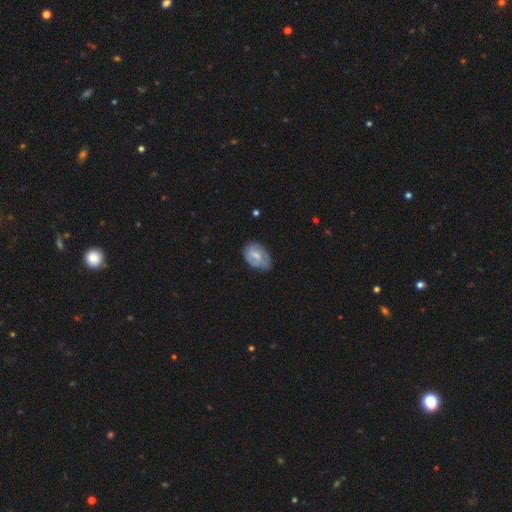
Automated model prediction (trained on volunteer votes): smooth_or_featured: smooth (p=0.52) [alt: featured or disk p=0.41]
how_rounded: in between (p=0.83) [alt: round p=0.15]
merging: none (p=0.52) [alt: minor disturbance p=0.36]